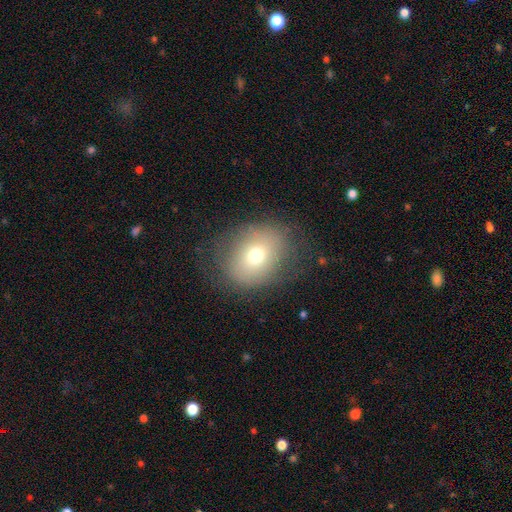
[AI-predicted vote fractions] smooth 67%, featured or disk 20%, star or artifact 13%. Down the decision tree: how rounded — round (57%); merging — none (72%).